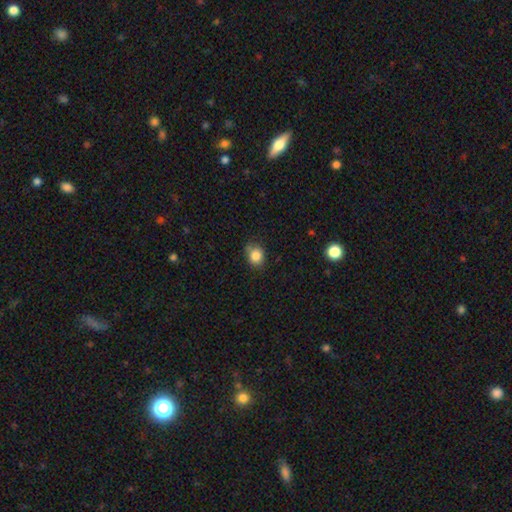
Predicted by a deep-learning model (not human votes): smooth 84%, star or artifact 11%, featured or disk 5%. Down the decision tree: how rounded — round (65%); merging — none (70%).